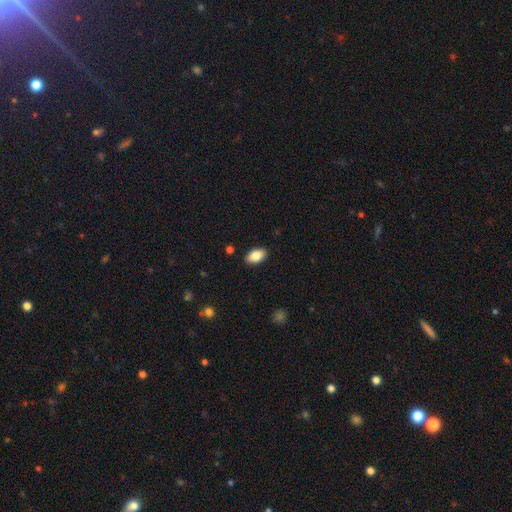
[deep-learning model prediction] A smooth galaxy with no disk features (84%) that is in between round and cigar-shaped (92%).

Vote fractions:
- Smooth or featured? smooth: 84% / featured or disk: 9% / star or artifact: 7%
- How rounded? in between: 92% / round: 6% / cigar-shaped: 2%
- Merging? none: 88% / minor disturbance: 9% / major disturbance: 2% / merger: 1%